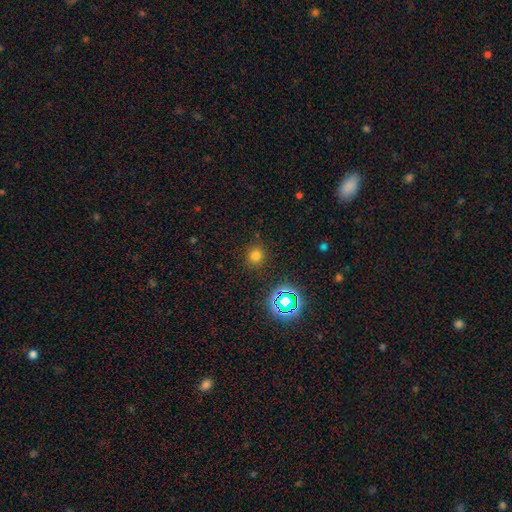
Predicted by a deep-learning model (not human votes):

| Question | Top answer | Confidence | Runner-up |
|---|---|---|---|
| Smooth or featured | smooth | 73% | star or artifact (22%) |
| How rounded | round | 91% | in between (8%) |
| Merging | none | 87% | minor disturbance (8%) |